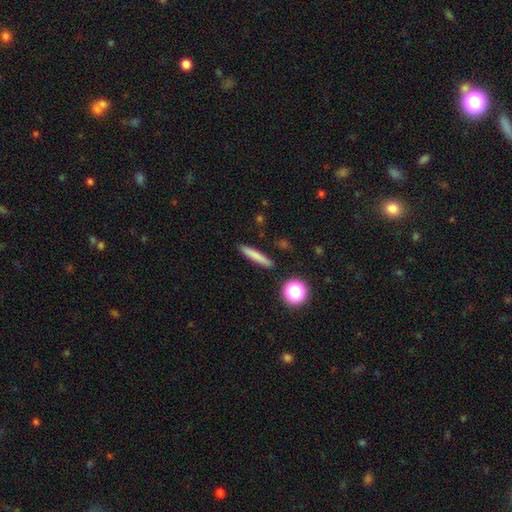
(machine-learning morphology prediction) type=smooth (76%); roundness=cigar-shaped (90%); merging=none (89%).